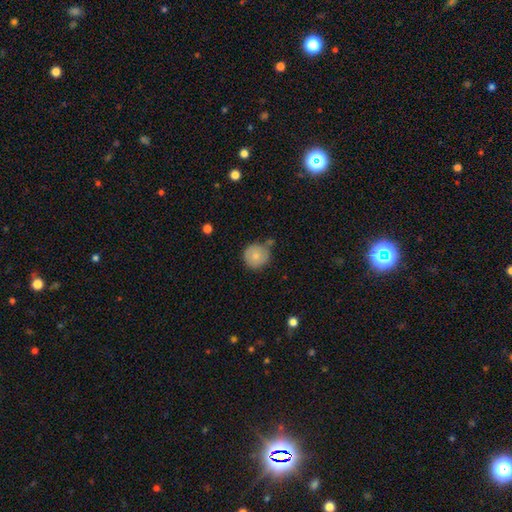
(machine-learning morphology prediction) smooth-or-featured: smooth: 79% | featured or disk: 13% | star or artifact: 8%
  how-rounded: round: 93% | in between: 6% | cigar-shaped: 1%
  merging: none: 70% | minor disturbance: 18% | merger: 8% | major disturbance: 4%